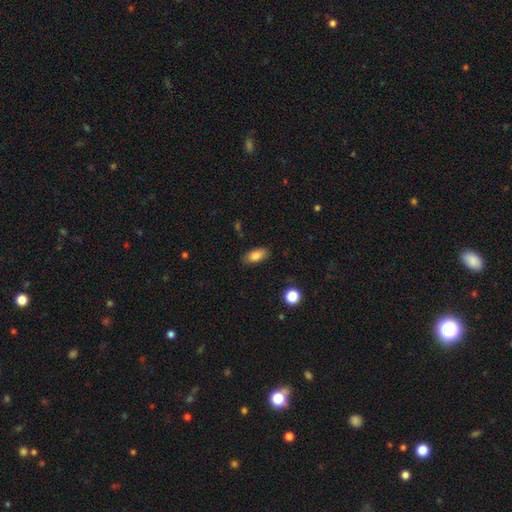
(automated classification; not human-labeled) Smooth or featured?
  - smooth: 83% *
  - featured or disk: 9%
  - star or artifact: 8%
How rounded?
  - in between: 86% *
  - cigar-shaped: 10%
  - round: 4%
Merging?
  - none: 85% *
  - minor disturbance: 11%
  - major disturbance: 3%
  - merger: 1%